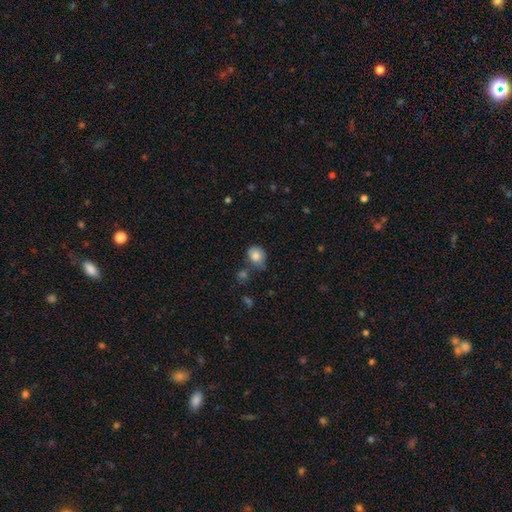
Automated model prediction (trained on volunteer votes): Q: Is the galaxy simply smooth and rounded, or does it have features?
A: smooth — 81%.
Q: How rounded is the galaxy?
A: round — 59%.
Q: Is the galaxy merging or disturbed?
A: none — 53%.